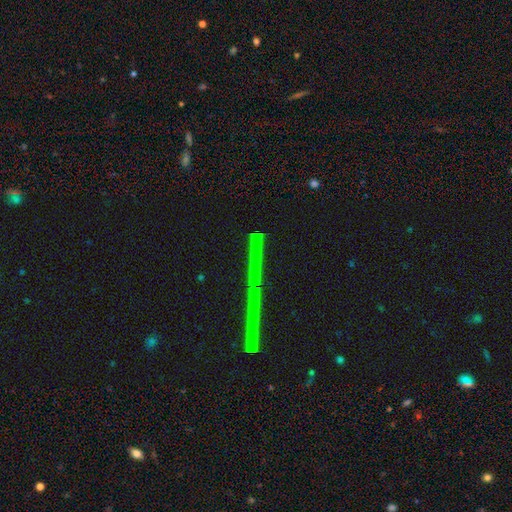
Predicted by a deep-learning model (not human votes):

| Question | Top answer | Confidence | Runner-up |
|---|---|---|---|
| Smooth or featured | star or artifact | 66% | featured or disk (22%) |